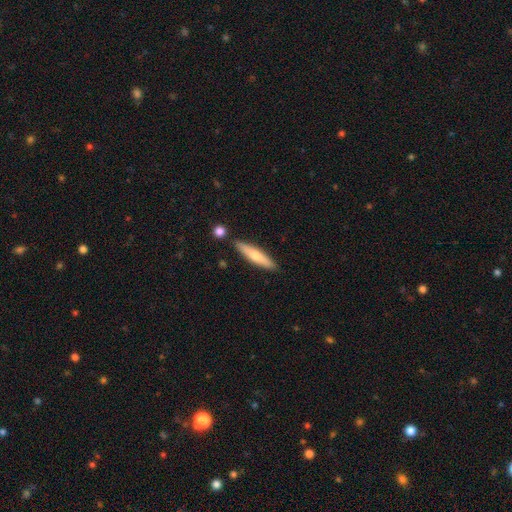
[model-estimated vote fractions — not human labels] This is possibly a smooth galaxy (59%). How rounded: clearly cigar-shaped (82%). Merging: clearly none (84%).